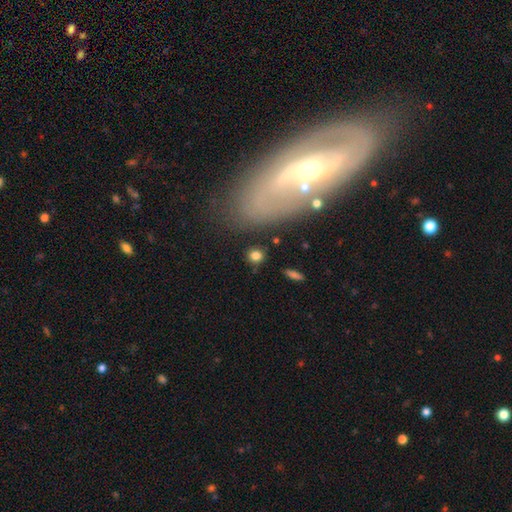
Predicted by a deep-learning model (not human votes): A smooth galaxy with no disk features (81%) that is round (85%). Merging: none (85%).